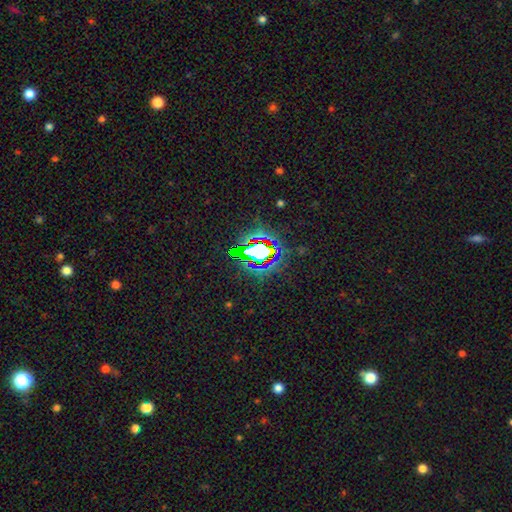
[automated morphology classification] A star or artifact, not a galaxy (83%).